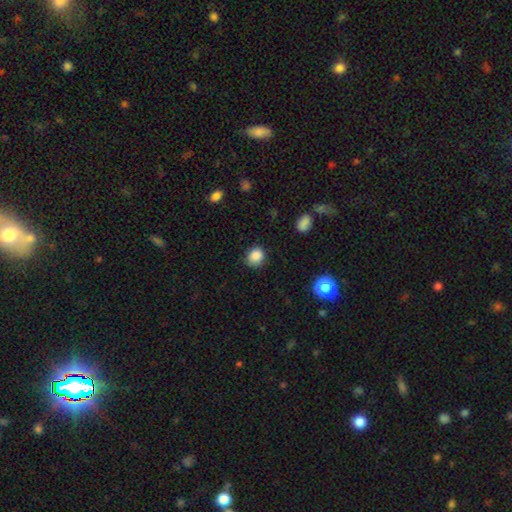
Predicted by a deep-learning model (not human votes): This appears to be a smooth galaxy with no disk features (87%) that is round (79%). Merging: none (80%).